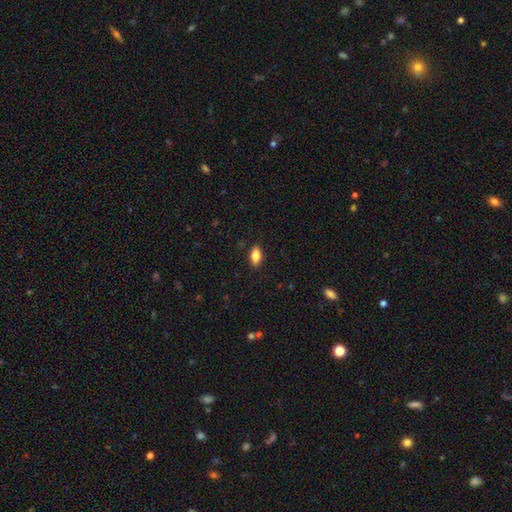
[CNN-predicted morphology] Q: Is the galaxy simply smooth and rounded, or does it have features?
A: smooth — 81%.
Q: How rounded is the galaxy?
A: in between — 89%.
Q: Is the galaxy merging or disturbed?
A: none — 87%.